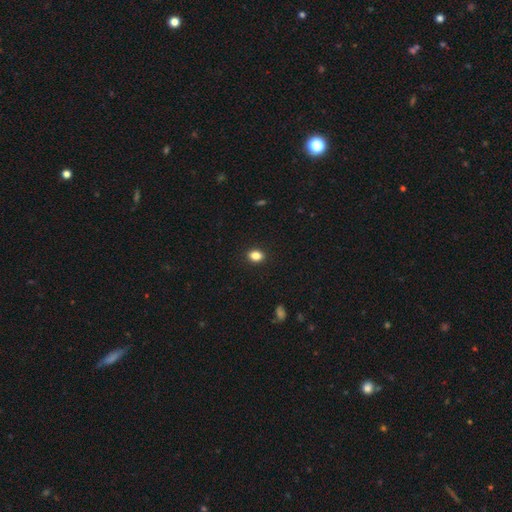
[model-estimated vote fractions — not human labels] This is clearly a smooth galaxy (85%). How rounded: likely in between (68%). Merging: clearly none (90%).